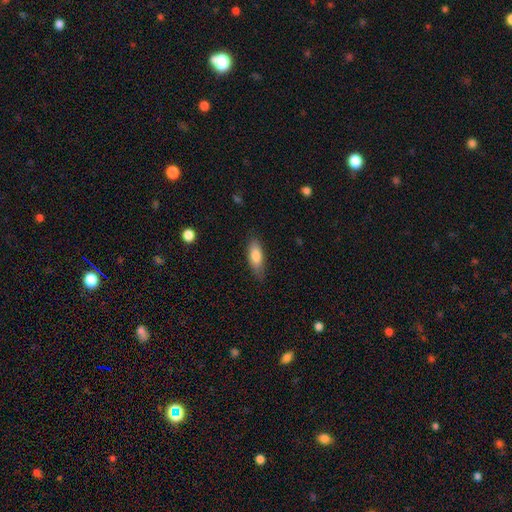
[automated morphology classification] type=smooth (81%); roundness=in between (70%); merging=none (77%).